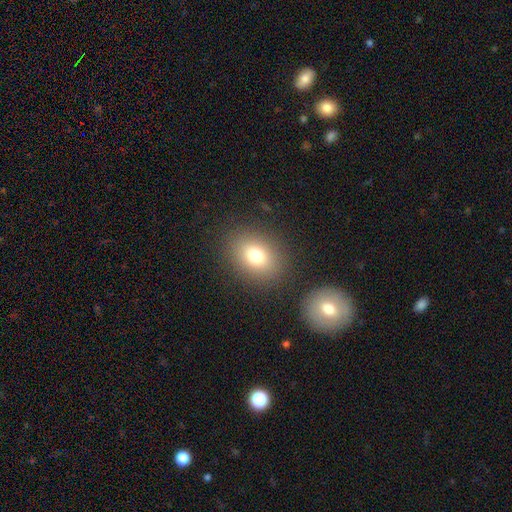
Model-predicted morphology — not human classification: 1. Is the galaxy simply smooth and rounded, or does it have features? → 77% smooth, 12% star or artifact, 10% featured or disk.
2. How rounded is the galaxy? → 54% in between, 45% round, 1% cigar-shaped.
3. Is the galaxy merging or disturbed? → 86% none, 8% minor disturbance, 4% major disturbance, 2% merger.